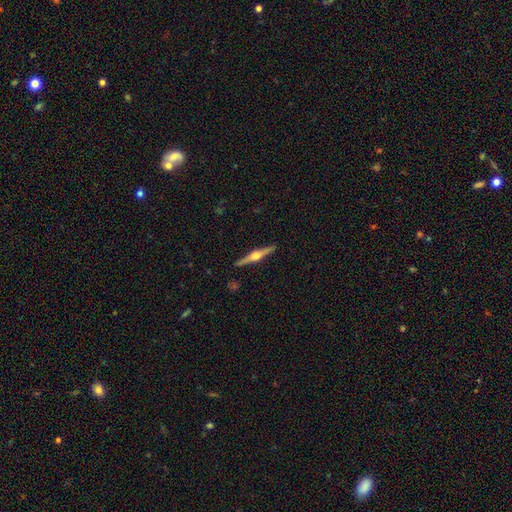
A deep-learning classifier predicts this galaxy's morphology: Smooth or featured? featured or disk (82%)
Edge-on disk? yes (99%)
Edge-on bulge? rounded (95%)
Merging? none (92%)